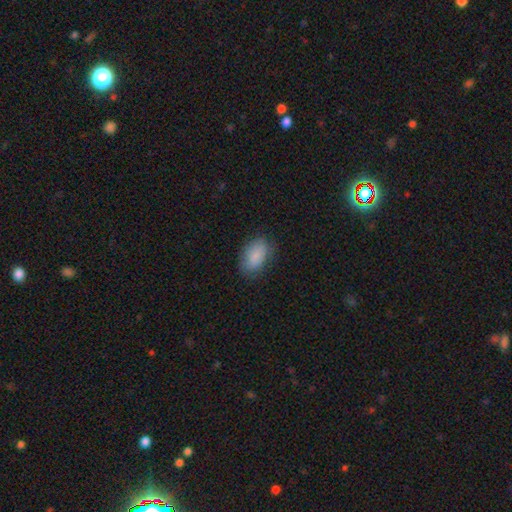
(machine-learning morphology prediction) This is clearly a smooth galaxy (86%). How rounded: clearly in between (92%). Merging: likely none (80%).